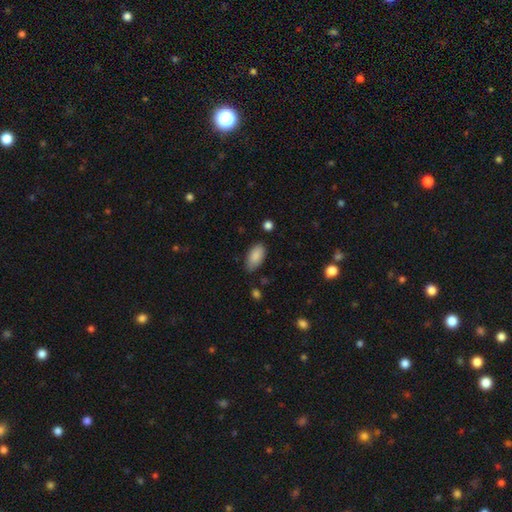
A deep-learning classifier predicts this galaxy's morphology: A smooth galaxy with no disk features (87%) that is in between round and cigar-shaped (93%). Merging: none (74%).